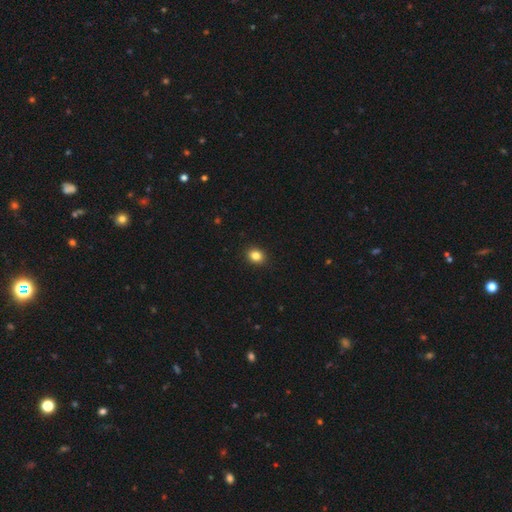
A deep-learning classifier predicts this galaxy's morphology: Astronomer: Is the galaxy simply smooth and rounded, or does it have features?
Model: smooth — 84%.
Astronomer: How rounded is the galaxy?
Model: round — 60% (runner-up: in between, 39%).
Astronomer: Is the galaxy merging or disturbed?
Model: none — 91%.